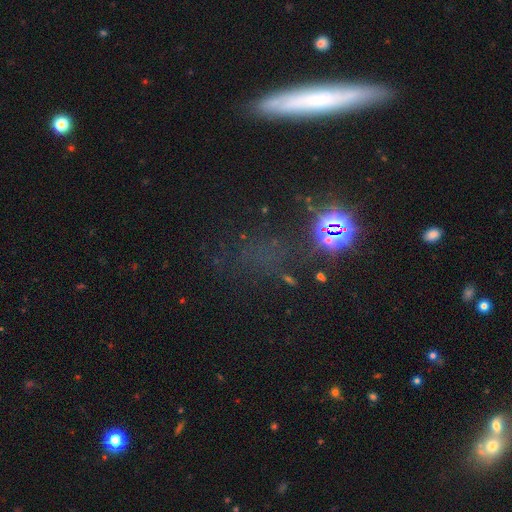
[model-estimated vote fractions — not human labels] smooth_or_featured: smooth (p=0.39) [alt: star or artifact p=0.35]
merging: none (p=0.70) [alt: minor disturbance p=0.15]